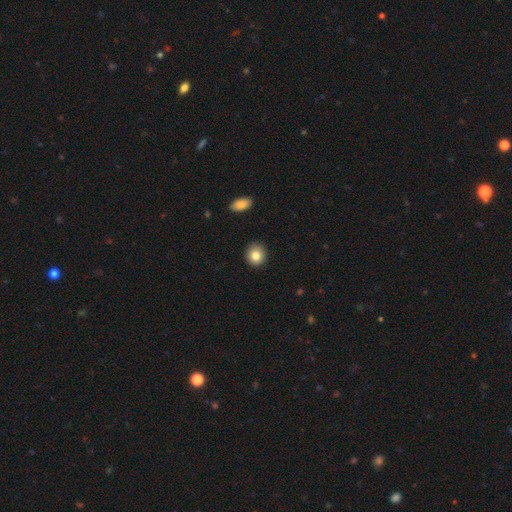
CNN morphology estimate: The model was most divided on "how rounded": round: 83%, in between: 16%, cigar-shaped: 1%. More confident: merging — none (90%); smooth or featured — smooth (83%).